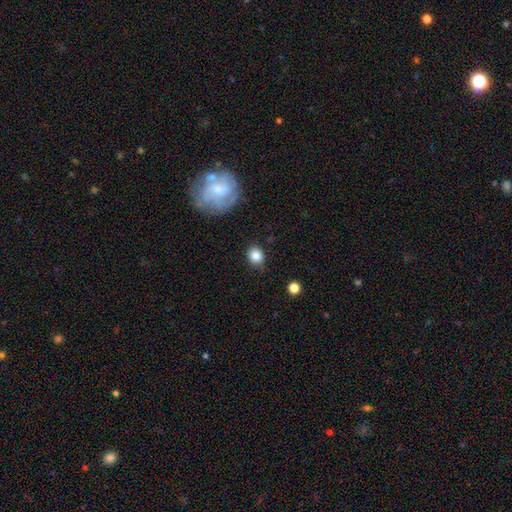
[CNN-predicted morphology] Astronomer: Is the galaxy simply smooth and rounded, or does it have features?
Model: smooth — 83%.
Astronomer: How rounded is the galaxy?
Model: round — 66%.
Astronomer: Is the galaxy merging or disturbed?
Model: none — 80%.